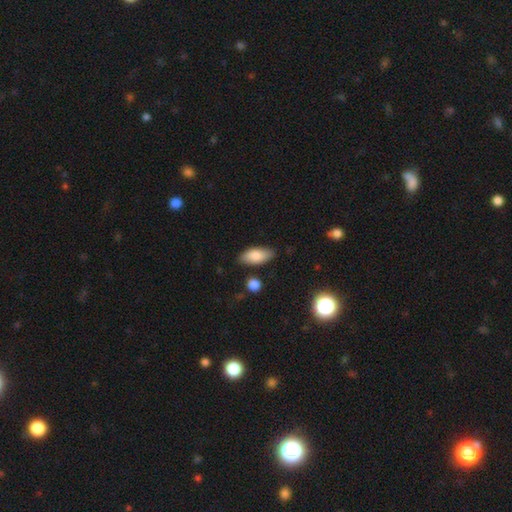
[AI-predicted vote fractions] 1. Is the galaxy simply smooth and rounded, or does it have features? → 83% smooth, 11% featured or disk, 7% star or artifact.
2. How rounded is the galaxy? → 86% in between, 12% cigar-shaped, 3% round.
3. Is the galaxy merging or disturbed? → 81% none, 14% minor disturbance, 3% merger, 3% major disturbance.